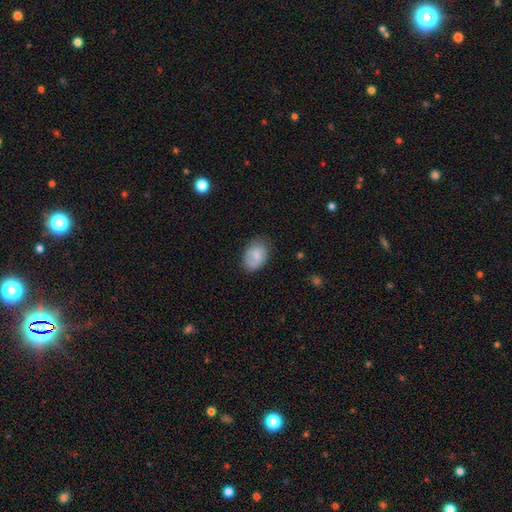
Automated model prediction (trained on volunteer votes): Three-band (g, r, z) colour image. It shows a smooth galaxy with no disk features (78%) that is in between round and cigar-shaped (84%). Merging: none (73%).